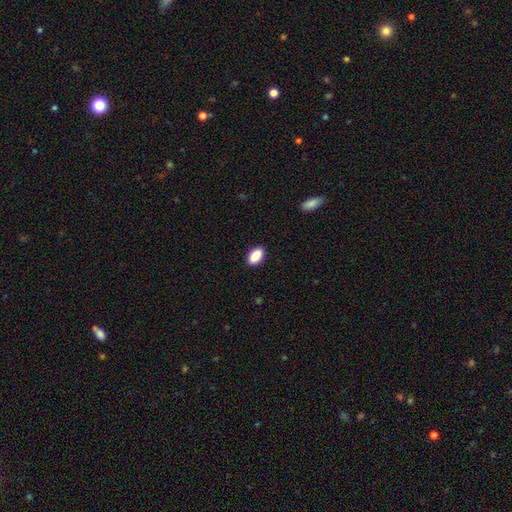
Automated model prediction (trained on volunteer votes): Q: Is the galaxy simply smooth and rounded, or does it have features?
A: smooth — 89%.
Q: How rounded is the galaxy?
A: in between — 91%.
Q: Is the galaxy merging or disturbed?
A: none — 90%.